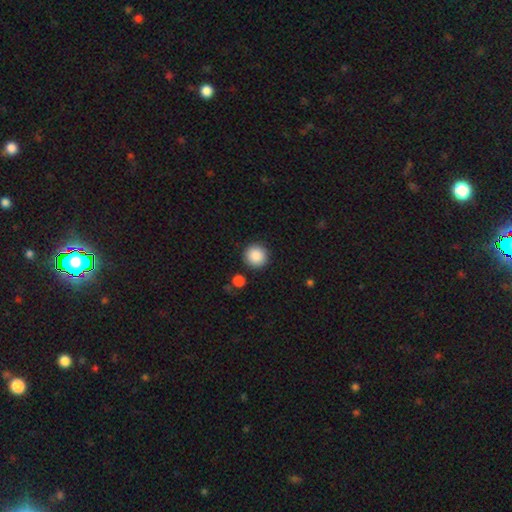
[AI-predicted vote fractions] Smooth or featured? Predicted: smooth (p=0.89). How rounded? Predicted: round (p=0.95). Merging? Predicted: none (p=0.89).